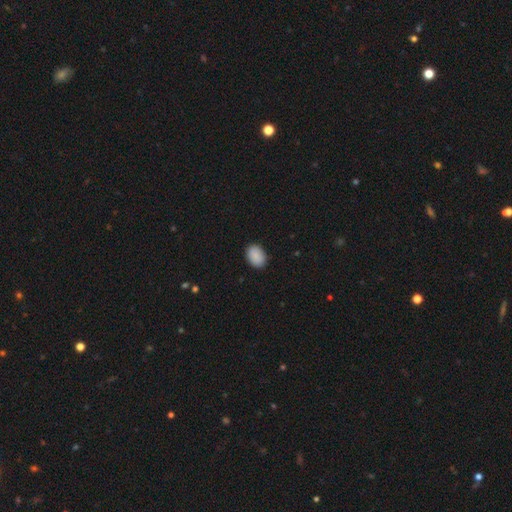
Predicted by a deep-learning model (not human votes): Smooth or featured: smooth — 90% (star or artifact — 7%)
How rounded: in between — 80% (round — 19%)
Merging: none — 89% (minor disturbance — 9%)